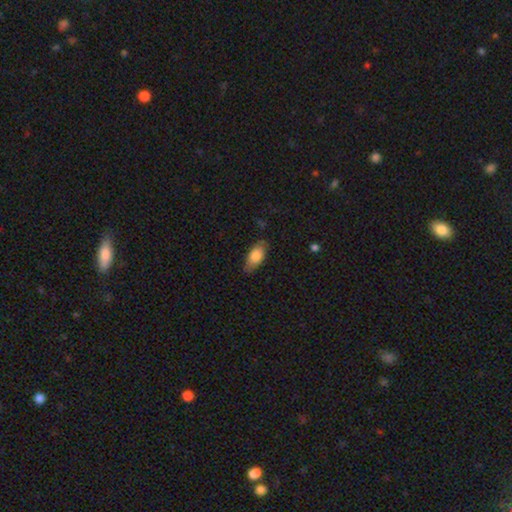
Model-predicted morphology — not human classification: This is clearly a smooth galaxy (80%). How rounded: clearly in between (87%). Merging: likely none (78%).